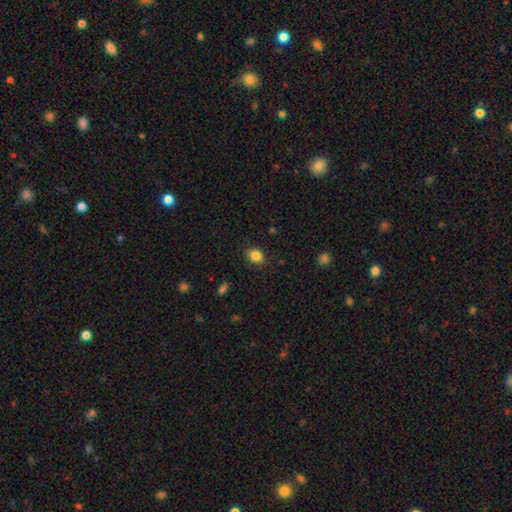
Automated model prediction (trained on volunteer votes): This is clearly a smooth galaxy (85%). How rounded: possibly in between (53%). Merging: clearly none (86%).